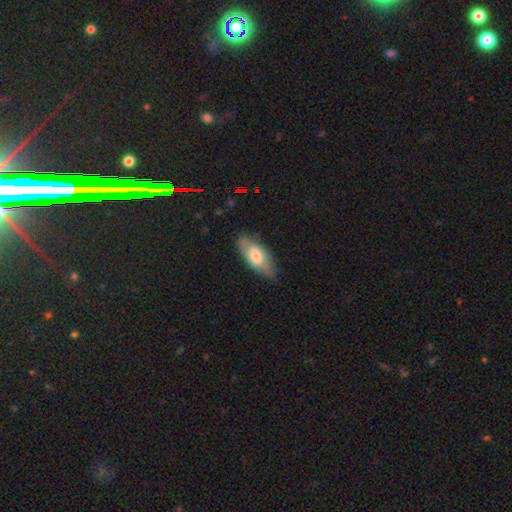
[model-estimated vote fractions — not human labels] Morphology: type=smooth (65%); roundness=in between (86%); merging=none (73%).